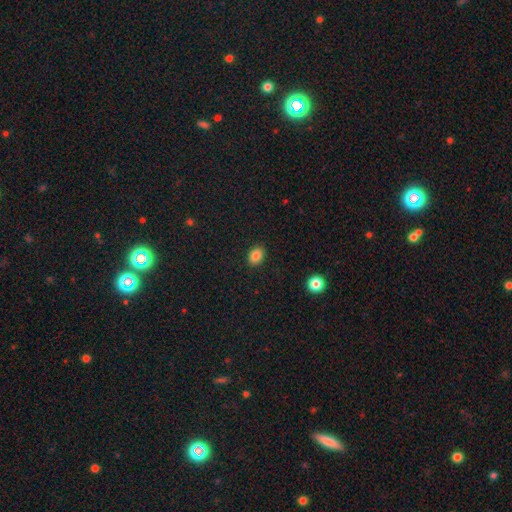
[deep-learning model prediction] Smooth or featured? Predicted: smooth (p=0.85). How rounded? Predicted: in between (p=0.63). Merging? Predicted: none (p=0.90).